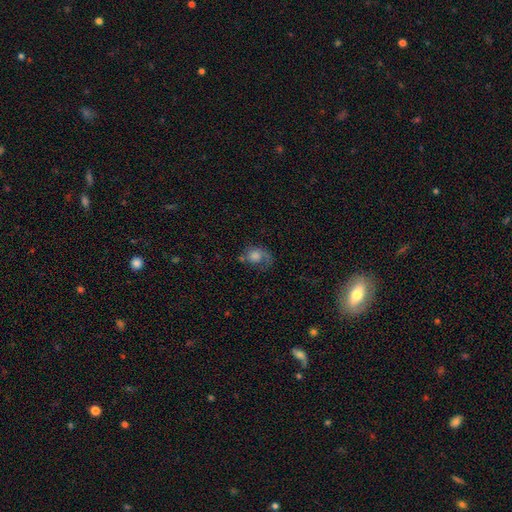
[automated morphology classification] A smooth galaxy with no disk features (61%) that is round (58%).

Vote fractions:
- Smooth or featured? smooth: 61% / featured or disk: 27% / star or artifact: 11%
- How rounded? round: 58% / in between: 41% / cigar-shaped: 1%
- Merging? none: 36% / major disturbance: 32% / minor disturbance: 25% / merger: 7%